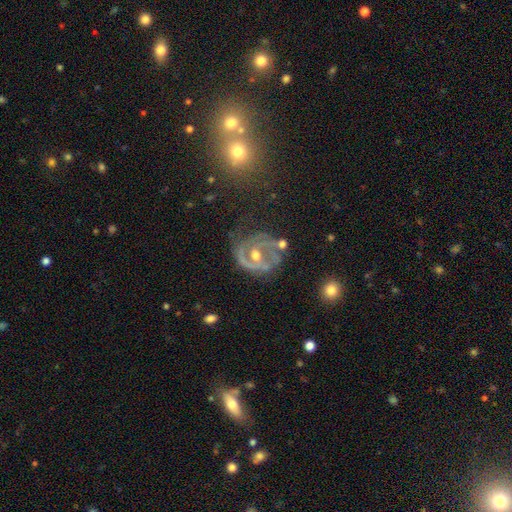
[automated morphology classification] This appears to be a featured or disk galaxy (82%) with no bar (44%), 2 (61%) medium (43%, tied with tight) spiral arms (87%) and a moderate central bulge (73%). Merging: none (58%).